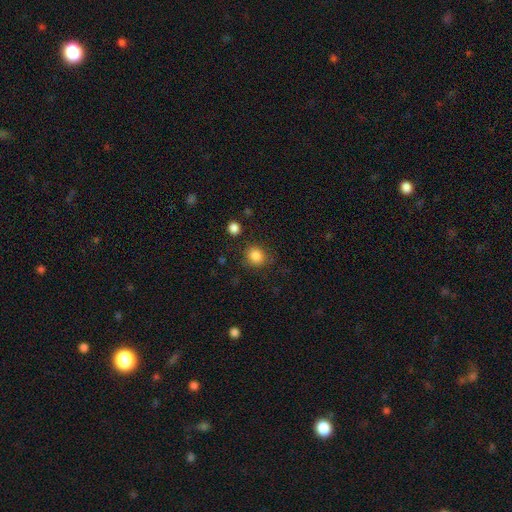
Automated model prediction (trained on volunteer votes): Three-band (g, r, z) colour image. It shows a smooth galaxy with no disk features (85%) that is round (82%). Merging: none (83%).